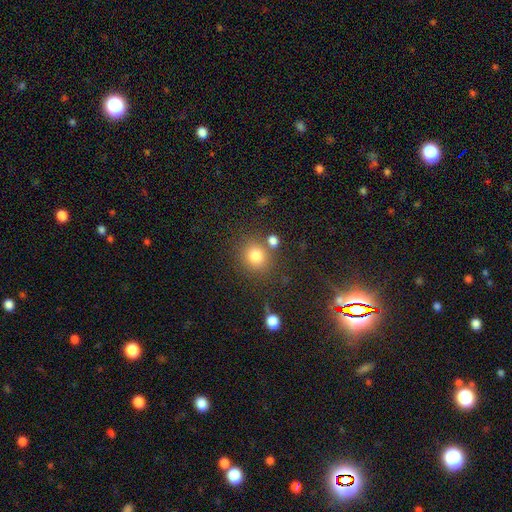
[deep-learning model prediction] Overall: smooth (79%). How rounded: round (85%). Merging: none (74%).